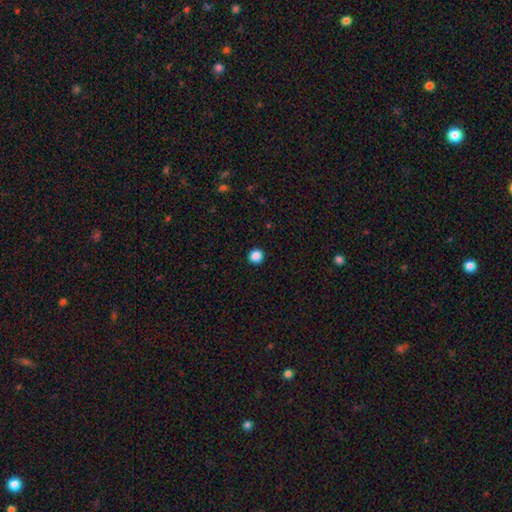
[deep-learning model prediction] A smooth galaxy with no disk features (87%) that is round (96%).

Vote fractions:
- Smooth or featured? smooth: 87% / star or artifact: 11% / featured or disk: 2%
- How rounded? round: 96% / in between: 3% / cigar-shaped: 1%
- Merging? none: 94% / minor disturbance: 4% / major disturbance: 1% / merger: 1%